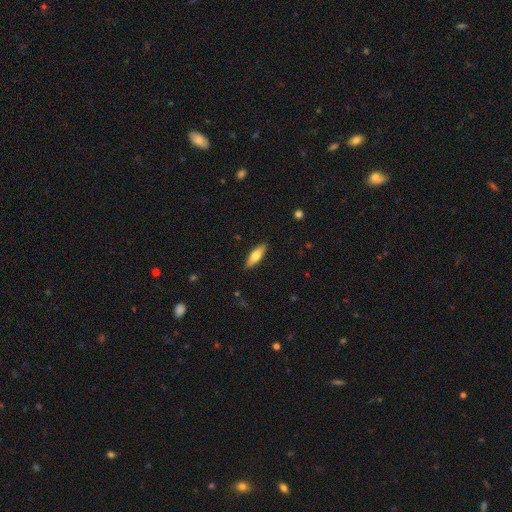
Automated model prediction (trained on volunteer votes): smooth-or-featured: smooth: 66% | featured or disk: 28% | star or artifact: 6%
  how-rounded: in between: 51% | cigar-shaped: 47% | round: 2%
  merging: none: 90% | minor disturbance: 8% | major disturbance: 2% | merger: 1%